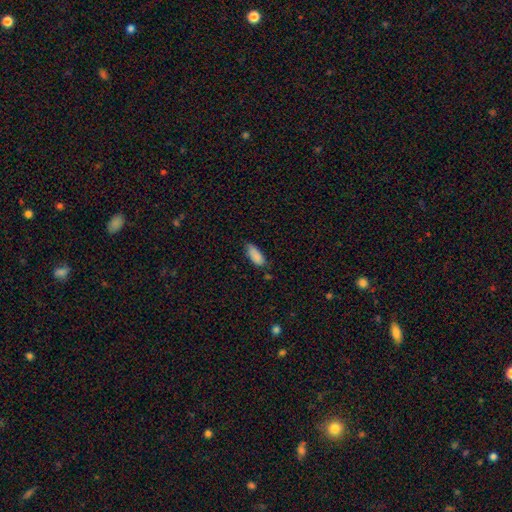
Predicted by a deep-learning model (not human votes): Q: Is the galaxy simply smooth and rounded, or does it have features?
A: smooth — 88%.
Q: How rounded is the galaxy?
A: in between — 84%.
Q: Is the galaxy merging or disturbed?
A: none — 66%.